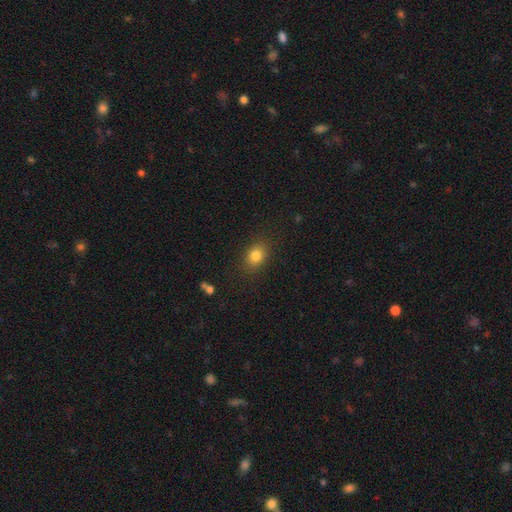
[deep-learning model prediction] The model was most divided on "how rounded": in between: 55%, round: 44%, cigar-shaped: 1%. More confident: merging — none (85%); smooth or featured — smooth (81%).